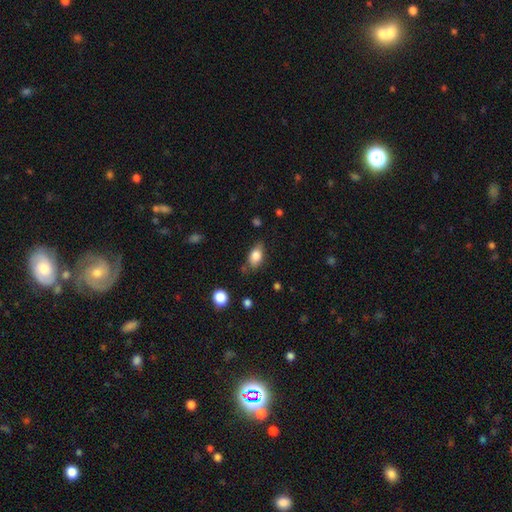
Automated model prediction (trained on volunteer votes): This appears to be a smooth galaxy with no disk features (80%) that is in between round and cigar-shaped (86%). Merging: none (71%).